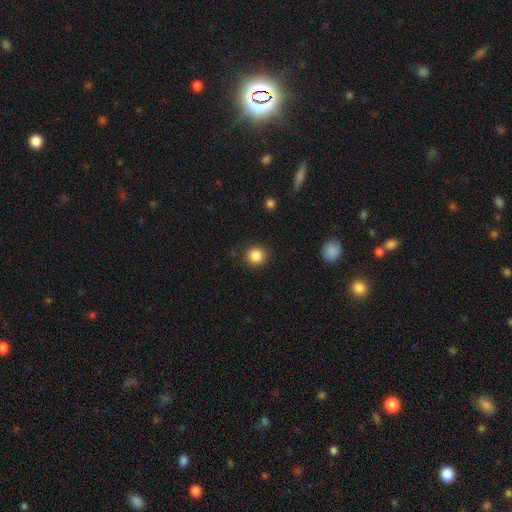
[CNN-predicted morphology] This is clearly a smooth galaxy (86%). How rounded: clearly round (92%). Merging: clearly none (89%).